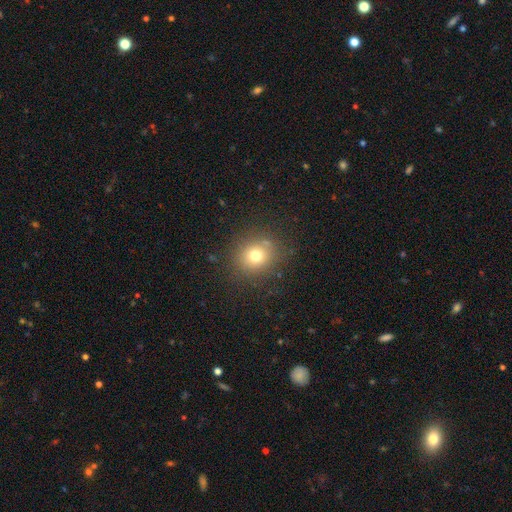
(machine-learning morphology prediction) smooth 72%, star or artifact 16%, featured or disk 12%. Down the decision tree: how rounded — round (83%); merging — none (82%).